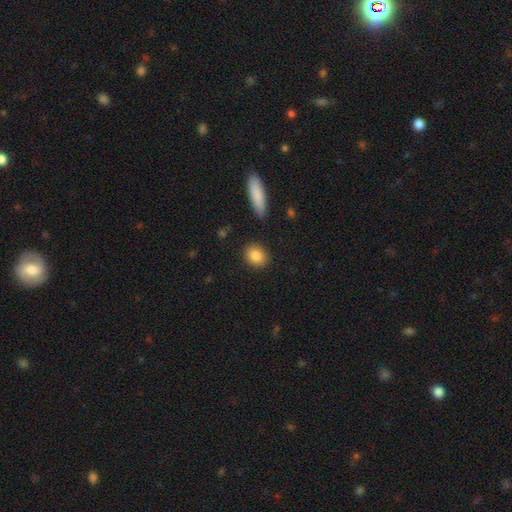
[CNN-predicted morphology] This appears to be a smooth galaxy with no disk features (86%) that is round (60%). Merging: none (89%).